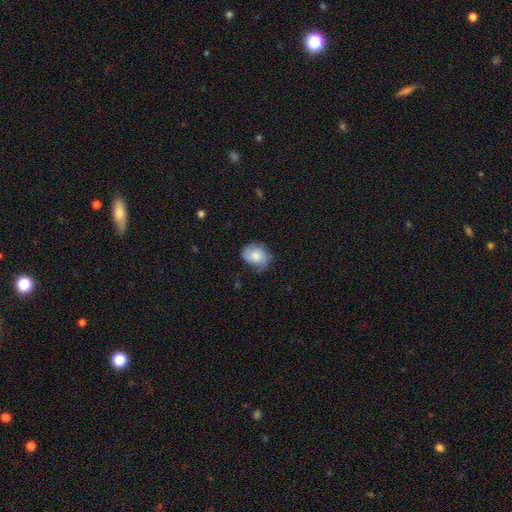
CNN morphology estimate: Q: Smooth or featured?
A: smooth (56%); runner-up: featured or disk (36%)
Q: How rounded?
A: round (51%); runner-up: in between (48%)
Q: Merging?
A: none (59%); runner-up: minor disturbance (30%)